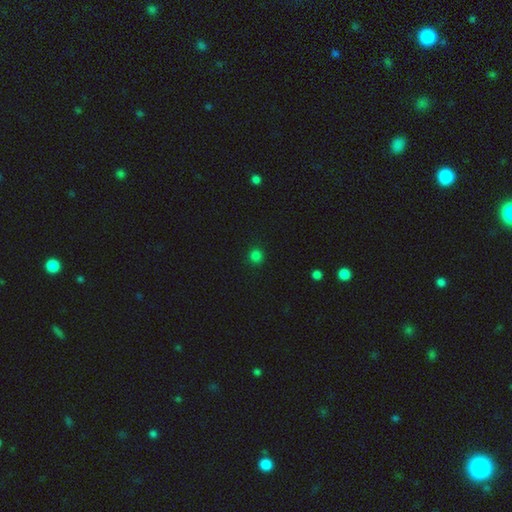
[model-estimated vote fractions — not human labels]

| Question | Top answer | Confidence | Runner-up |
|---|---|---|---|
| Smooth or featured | smooth | 82% | star or artifact (15%) |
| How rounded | round | 92% | in between (7%) |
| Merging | none | 91% | minor disturbance (6%) |